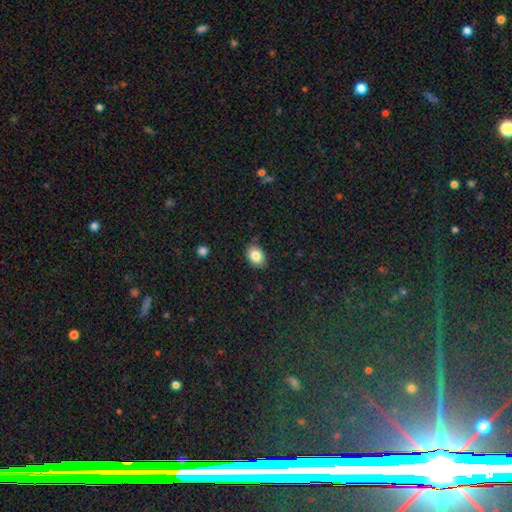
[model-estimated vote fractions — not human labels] A smooth galaxy with no disk features (85%) that is in between round and cigar-shaped (74%).

Vote fractions:
- Smooth or featured? smooth: 85% / star or artifact: 8% / featured or disk: 7%
- How rounded? in between: 74% / round: 25% / cigar-shaped: 1%
- Merging? none: 81% / minor disturbance: 15% / major disturbance: 3% / merger: 1%